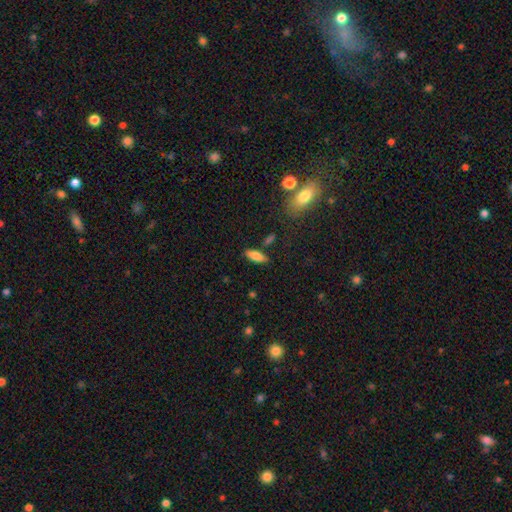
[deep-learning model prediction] smooth-or-featured: smooth: 79% | featured or disk: 14% | star or artifact: 7%
  how-rounded: in between: 71% | cigar-shaped: 27% | round: 2%
  merging: none: 82% | minor disturbance: 11% | merger: 4% | major disturbance: 3%